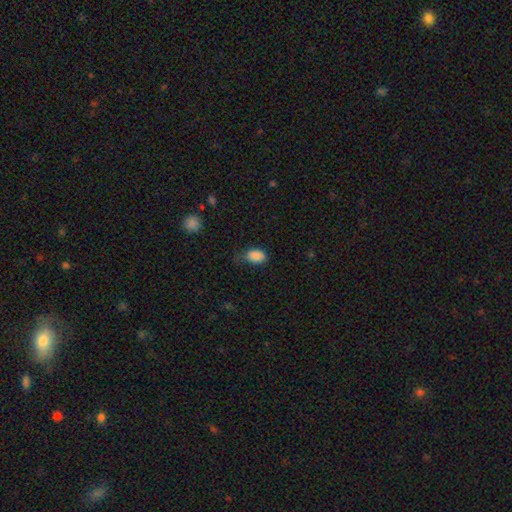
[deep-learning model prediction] The model was most divided on "merging": none: 48%, minor disturbance: 38%, major disturbance: 12%, merger: 2%. More confident: smooth or featured — smooth (87%); how rounded — in between (87%).